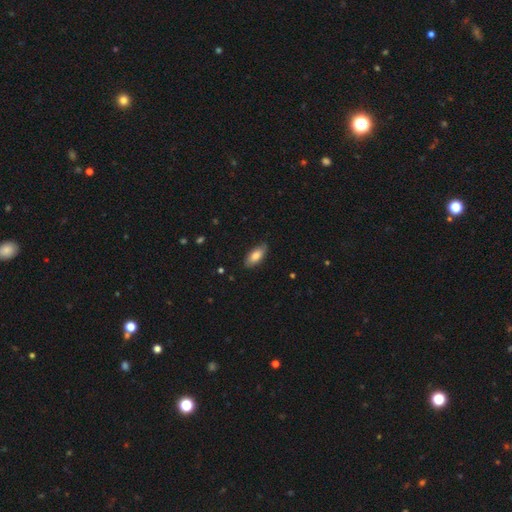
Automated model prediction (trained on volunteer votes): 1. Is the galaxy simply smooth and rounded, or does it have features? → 77% smooth, 17% featured or disk, 6% star or artifact.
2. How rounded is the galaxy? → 85% in between, 13% cigar-shaped, 2% round.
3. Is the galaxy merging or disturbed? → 82% none, 14% minor disturbance, 2% major disturbance, 1% merger.